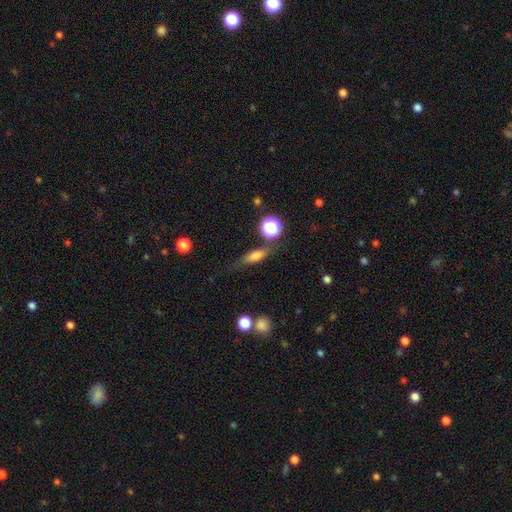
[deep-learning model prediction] Overall: smooth (65%). How rounded: cigar-shaped (47%; in between 44%). Merging: none (72%).